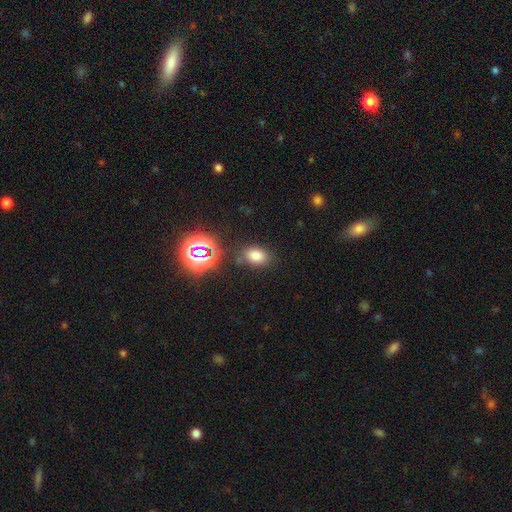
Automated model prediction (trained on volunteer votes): This is likely a smooth galaxy (72%). How rounded: likely in between (78%). Merging: likely none (76%).